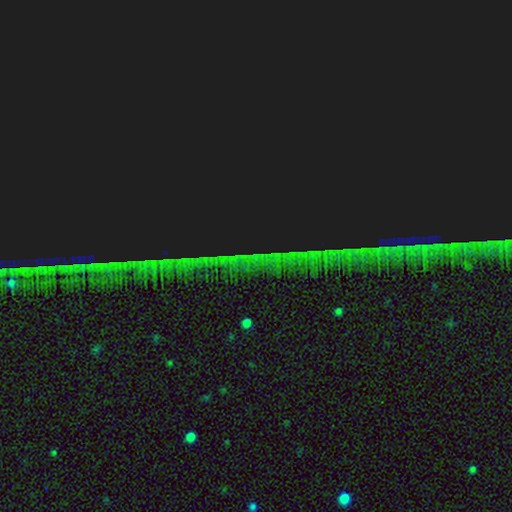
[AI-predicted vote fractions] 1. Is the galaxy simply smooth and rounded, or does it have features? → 85% star or artifact, 8% featured or disk, 6% smooth.